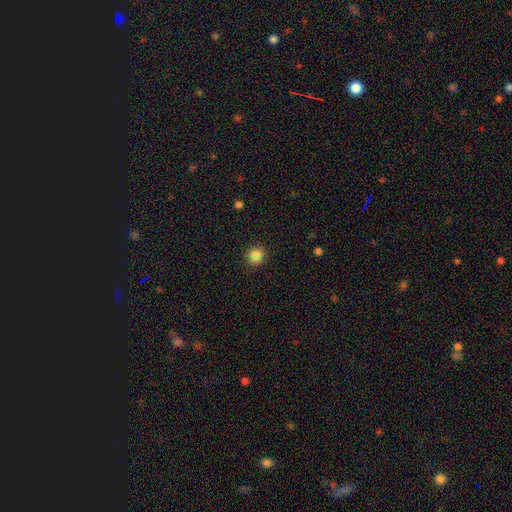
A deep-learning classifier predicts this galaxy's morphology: smooth_or_featured: smooth (p=0.77) [alt: star or artifact p=0.16]
how_rounded: round (p=0.86) [alt: in between p=0.13]
merging: none (p=0.82) [alt: minor disturbance p=0.10]